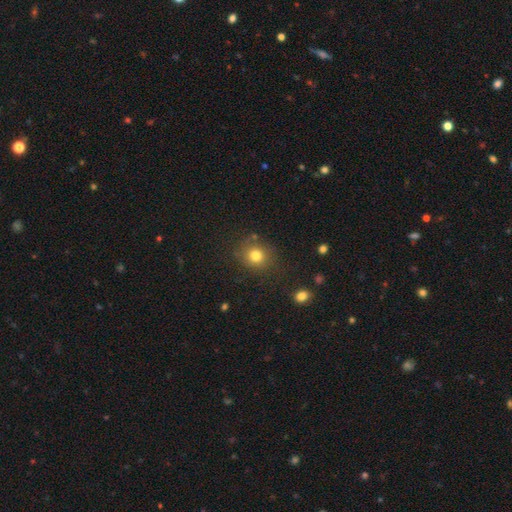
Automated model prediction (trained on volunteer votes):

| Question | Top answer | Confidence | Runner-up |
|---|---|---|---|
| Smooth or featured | smooth | 79% | star or artifact (13%) |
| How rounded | round | 85% | in between (14%) |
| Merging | none | 81% | minor disturbance (12%) |